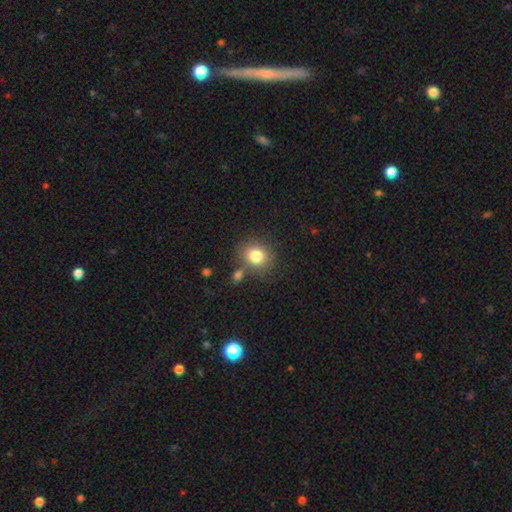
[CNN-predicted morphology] Overall: smooth (81%). How rounded: round (75%). Merging: none (74%).